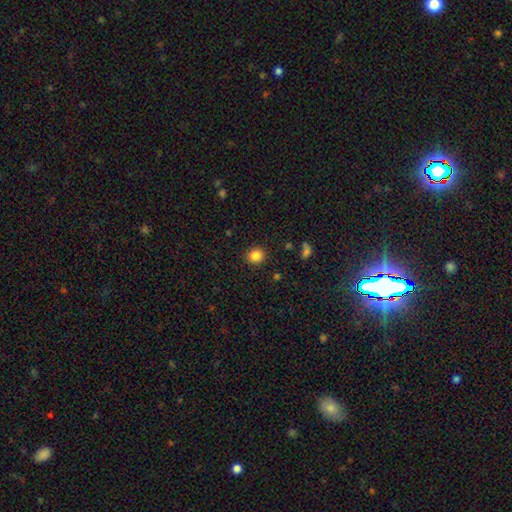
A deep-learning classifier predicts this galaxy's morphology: Smooth or featured: smooth — 85% (star or artifact — 11%)
How rounded: round — 86% (in between — 13%)
Merging: none — 90% (minor disturbance — 6%)